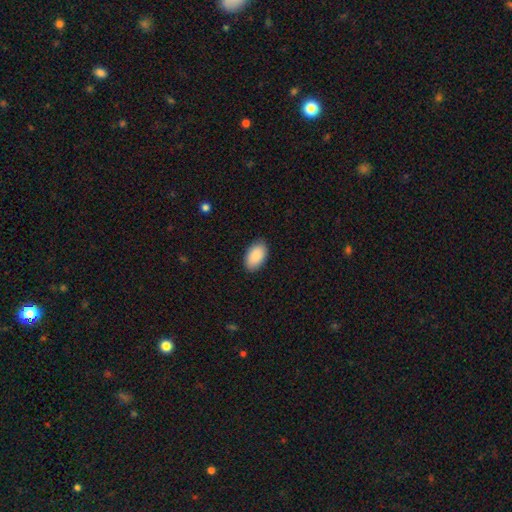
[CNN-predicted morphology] This is clearly a smooth galaxy (91%). How rounded: clearly in between (95%). Merging: clearly none (87%).